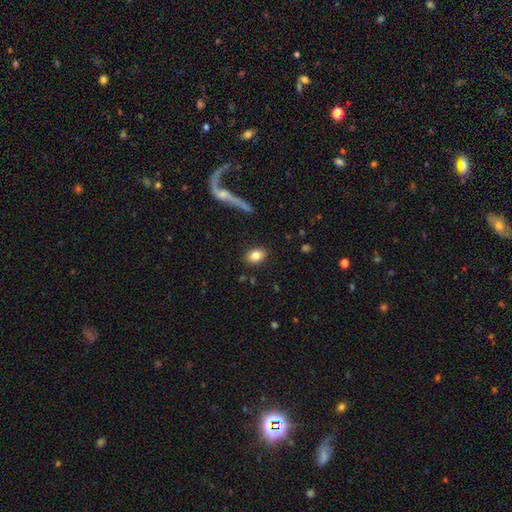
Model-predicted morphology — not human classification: Overall: smooth (82%). How rounded: in between (76%). Merging: none (88%).